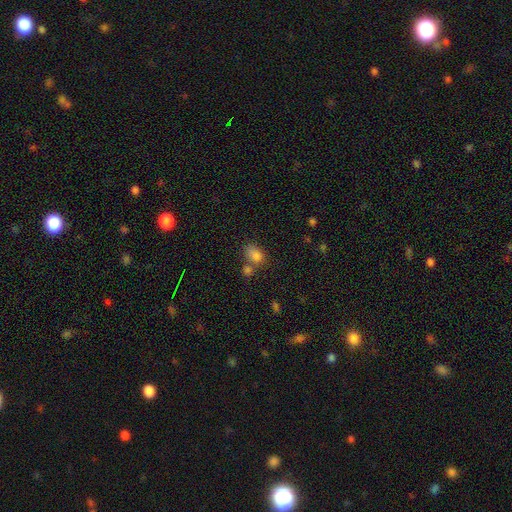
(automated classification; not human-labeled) The model was most divided on "merging": none: 47%, merger: 29%, minor disturbance: 16%, major disturbance: 7%. More confident: smooth or featured — smooth (81%); how rounded — in between (79%).